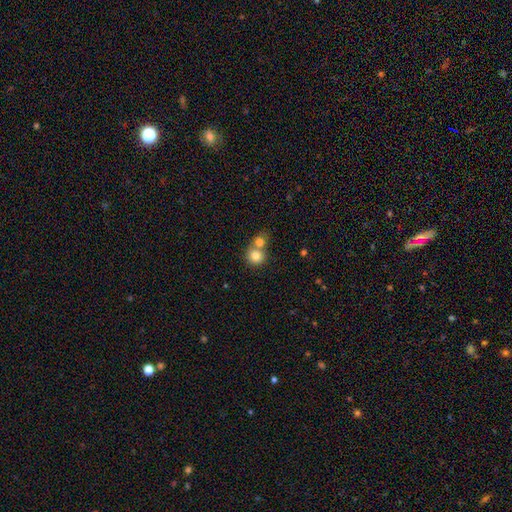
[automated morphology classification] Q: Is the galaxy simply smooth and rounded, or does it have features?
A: smooth — 80%.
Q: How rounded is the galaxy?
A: round — 86%.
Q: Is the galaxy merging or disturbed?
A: merger — 55%.